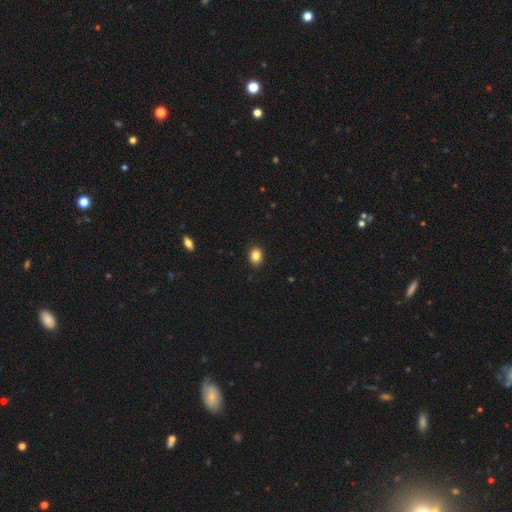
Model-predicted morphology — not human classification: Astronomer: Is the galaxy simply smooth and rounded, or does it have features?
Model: smooth — 85%.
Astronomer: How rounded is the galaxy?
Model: in between — 52% (runner-up: round, 47%).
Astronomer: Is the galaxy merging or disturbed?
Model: none — 90%.